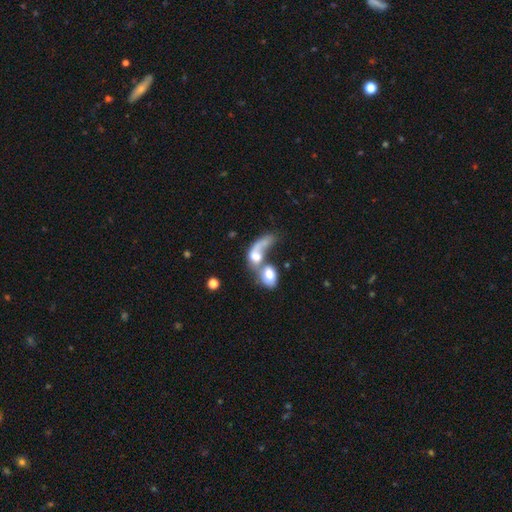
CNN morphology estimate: The model was most divided on "smooth or featured": smooth: 53%, featured or disk: 39%, star or artifact: 8%. More confident: merging — merger (74%); how rounded — in between (72%).